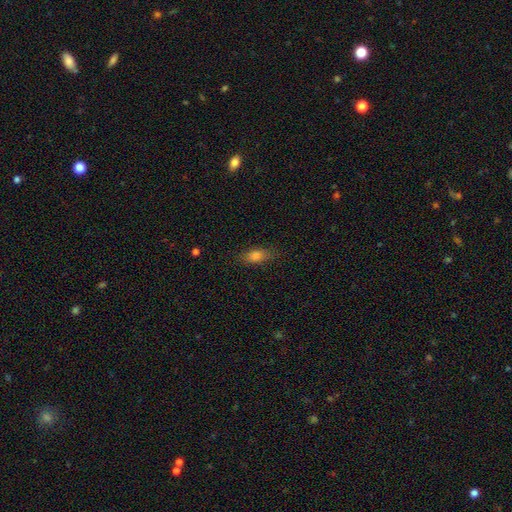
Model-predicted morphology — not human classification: smooth_or_featured: smooth (p=0.76) [alt: featured or disk p=0.13]
how_rounded: in between (p=0.75) [alt: cigar-shaped p=0.17]
merging: none (p=0.81) [alt: minor disturbance p=0.14]